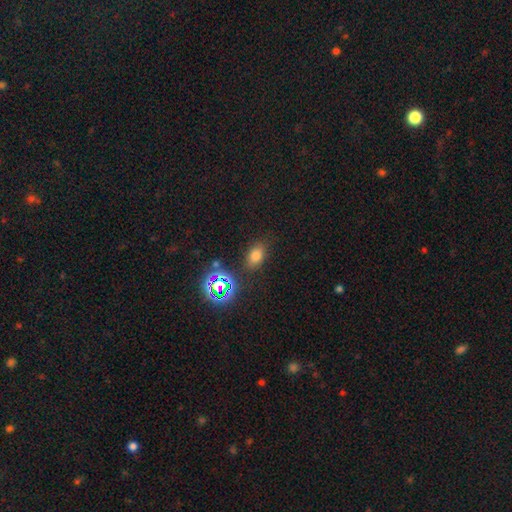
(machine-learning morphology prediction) type=smooth (68%); roundness=in between (81%); merging=none (81%).